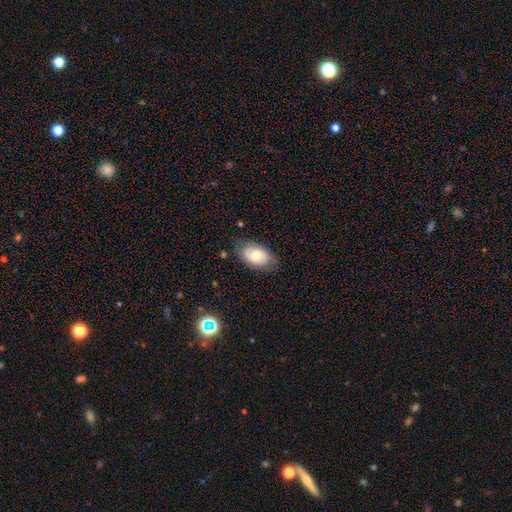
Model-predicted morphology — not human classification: Smooth or featured? Predicted: smooth (p=0.58). How rounded? Predicted: in between (p=0.88). Merging? Predicted: none (p=0.76).